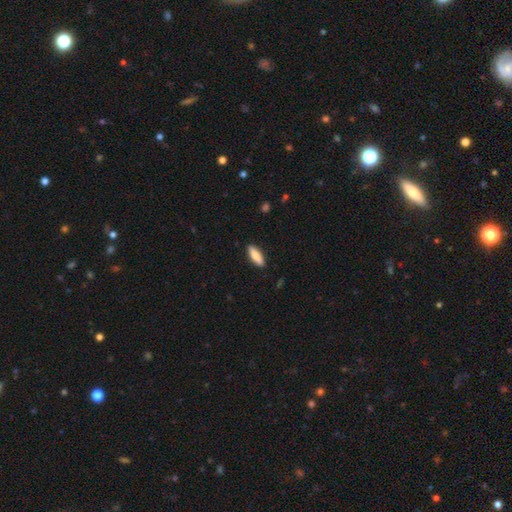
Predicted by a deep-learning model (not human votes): This is clearly a smooth galaxy (81%). How rounded: possibly in between (50%). Merging: clearly none (90%).